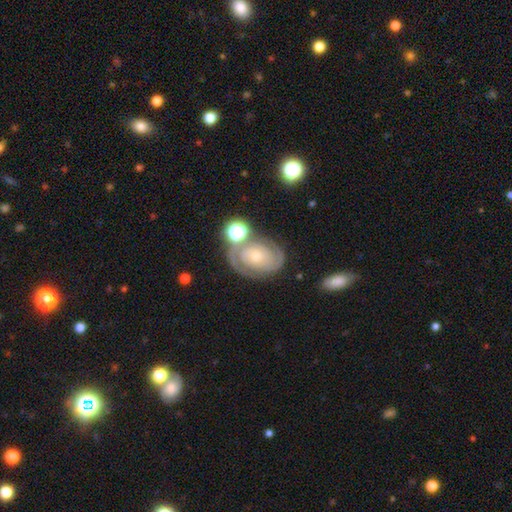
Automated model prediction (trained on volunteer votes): Morphology: type=featured or disk (78%); edge-on=no (97%); bar=no (78%); spiral arms=yes (89%); winding=tight (63%); arm count=2 (62%); bulge=small (71%); merging=none (65%).